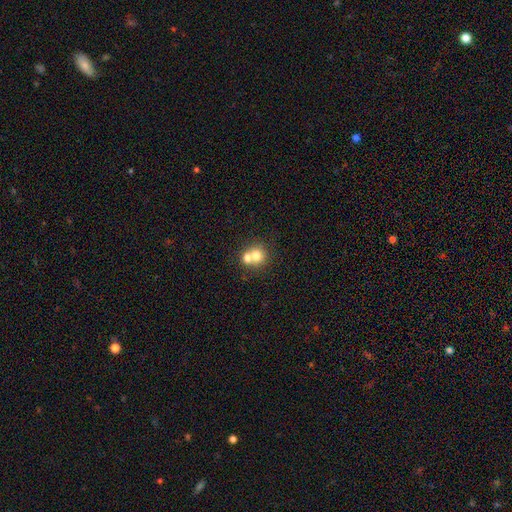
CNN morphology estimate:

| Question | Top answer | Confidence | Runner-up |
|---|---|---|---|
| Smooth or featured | smooth | 71% | featured or disk (17%) |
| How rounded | round | 83% | in between (16%) |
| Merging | merger | 57% | none (35%) |